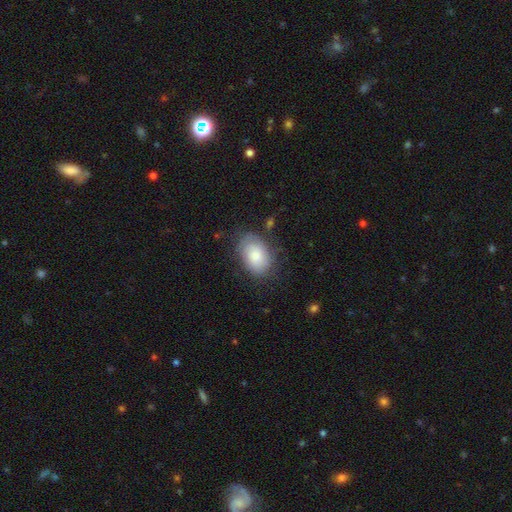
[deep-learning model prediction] A smooth galaxy with no disk features (75%) that is in between round and cigar-shaped (87%). Merging: none (68%).